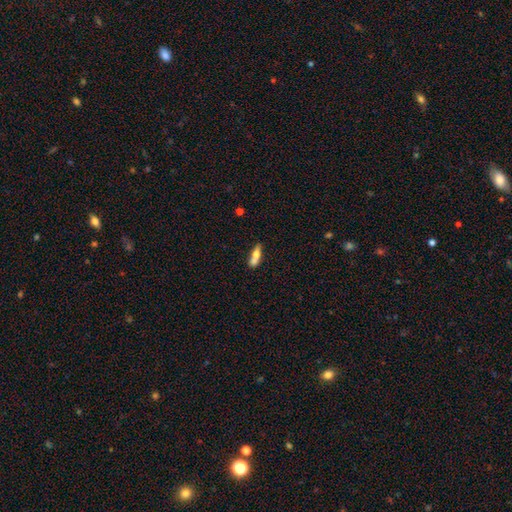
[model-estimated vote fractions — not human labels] smooth_or_featured: smooth (p=0.60) [alt: featured or disk p=0.33]
how_rounded: in between (p=0.50) [alt: cigar-shaped p=0.45]
merging: merger (p=0.44) [alt: none p=0.38]